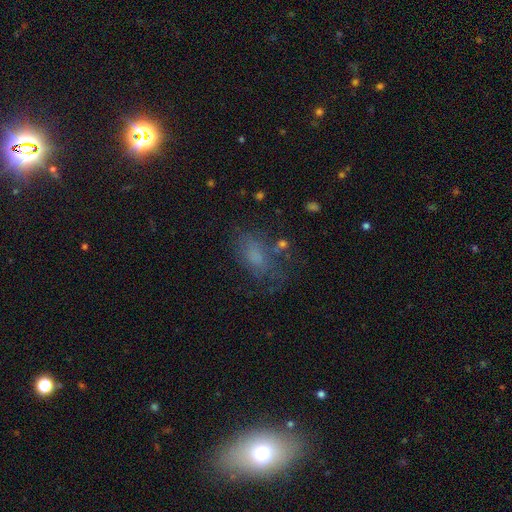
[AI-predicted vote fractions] This is possibly a smooth galaxy (59%). How rounded: clearly in between (85%). Merging: possibly none (52%).